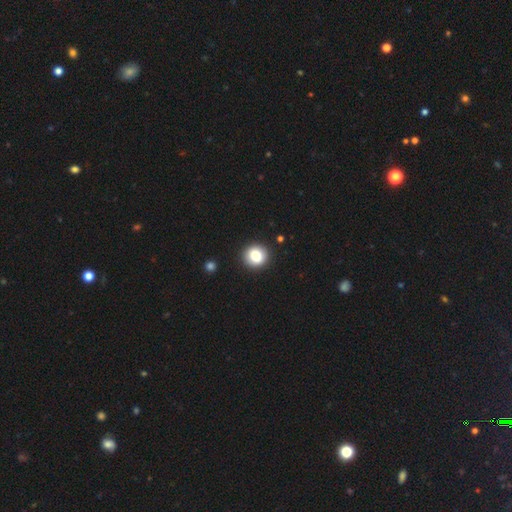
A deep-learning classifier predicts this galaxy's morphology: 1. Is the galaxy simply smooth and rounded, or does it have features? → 82% smooth, 10% star or artifact, 8% featured or disk.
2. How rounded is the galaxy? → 89% round, 10% in between, 1% cigar-shaped.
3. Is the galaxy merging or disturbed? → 92% none, 5% minor disturbance, 2% major disturbance, 1% merger.